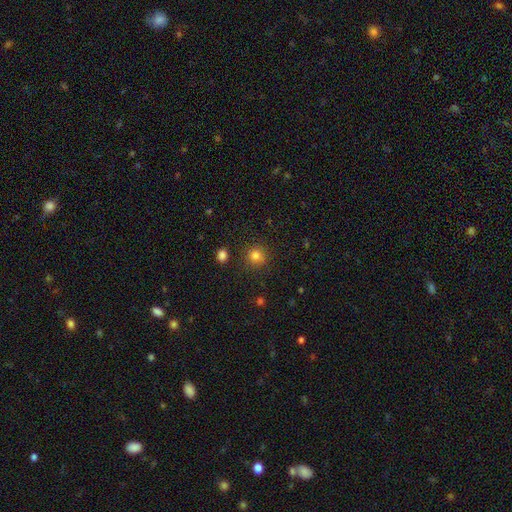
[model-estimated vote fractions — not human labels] Morphology: type=smooth (82%); roundness=round (89%); merging=none (86%).